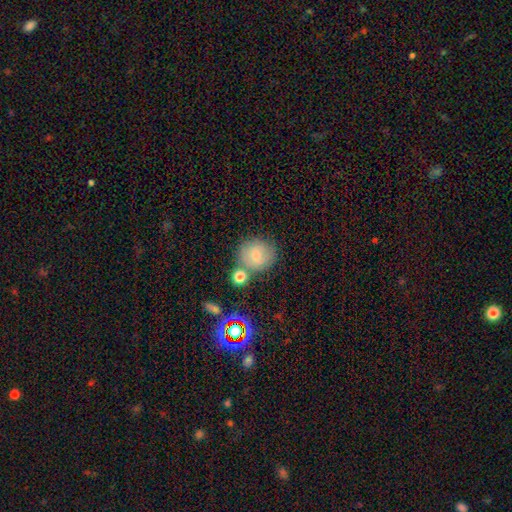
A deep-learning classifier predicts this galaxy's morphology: smooth-or-featured: smooth: 73% | featured or disk: 16% | star or artifact: 11%
  how-rounded: round: 87% | in between: 12% | cigar-shaped: 1%
  merging: none: 61% | merger: 19% | minor disturbance: 15% | major disturbance: 5%